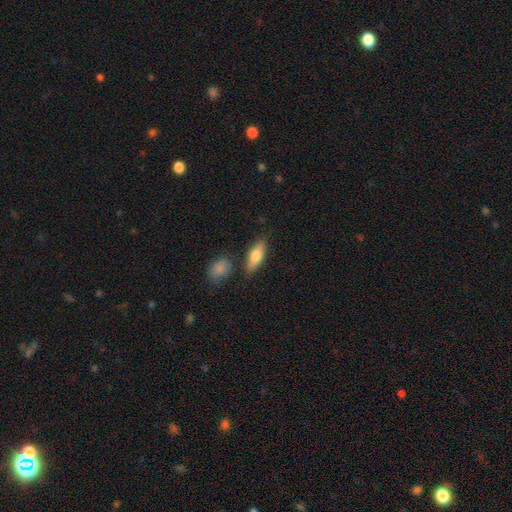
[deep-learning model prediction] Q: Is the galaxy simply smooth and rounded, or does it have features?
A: smooth — 70%.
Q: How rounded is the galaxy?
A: in between — 64%.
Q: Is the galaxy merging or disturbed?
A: none — 79%.